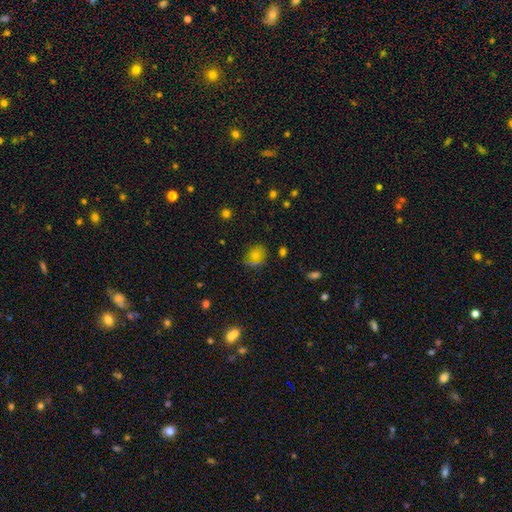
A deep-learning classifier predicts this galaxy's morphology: Smooth or featured? smooth (72%)
How rounded? round (51%)
Merging? none (65%)